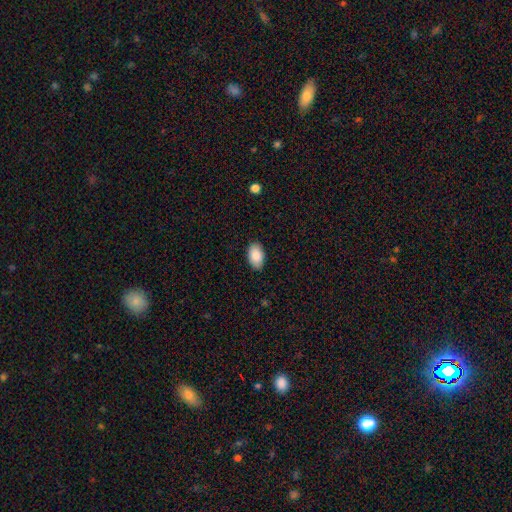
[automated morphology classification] Smooth or featured? Predicted: smooth (p=0.89). How rounded? Predicted: in between (p=0.93). Merging? Predicted: none (p=0.87).